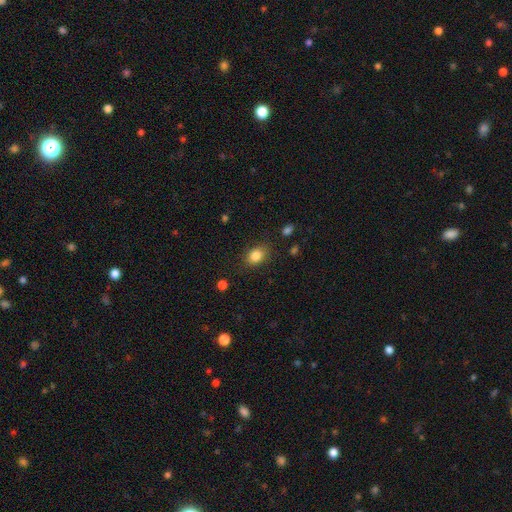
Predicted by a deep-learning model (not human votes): The model was most divided on "how rounded": in between: 64%, round: 35%, cigar-shaped: 1%. More confident: smooth or featured — smooth (85%); merging — none (82%).